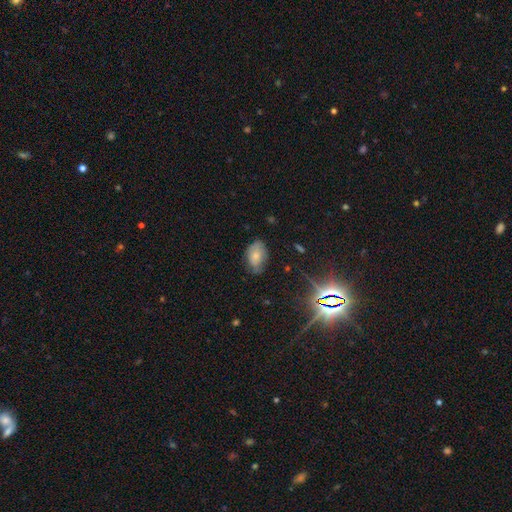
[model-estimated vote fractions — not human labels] This appears to be a smooth galaxy with no disk features (70%) that is in between round and cigar-shaped (88%). Merging: none (58%).